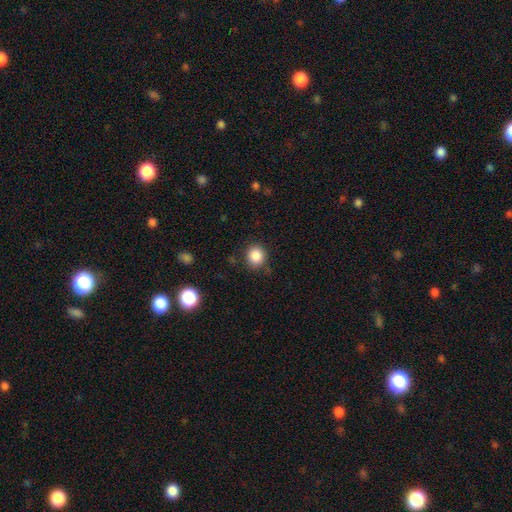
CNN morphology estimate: The model was most divided on "smooth or featured": smooth: 86%, star or artifact: 10%, featured or disk: 4%. More confident: how rounded — round (88%); merging — none (86%).